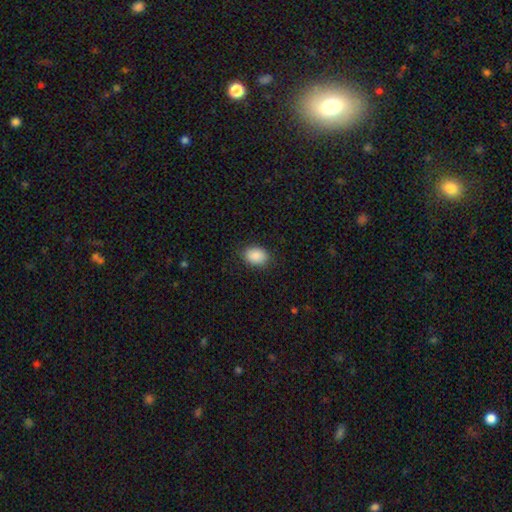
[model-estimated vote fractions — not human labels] Smooth or featured? smooth (89%)
How rounded? in between (74%)
Merging? none (85%)